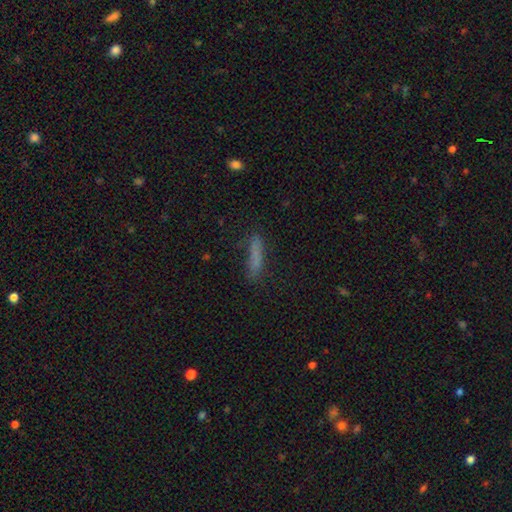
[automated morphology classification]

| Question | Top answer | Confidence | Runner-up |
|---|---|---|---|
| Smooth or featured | smooth | 75% | featured or disk (15%) |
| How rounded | cigar-shaped | 89% | in between (9%) |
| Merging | none | 77% | minor disturbance (16%) |